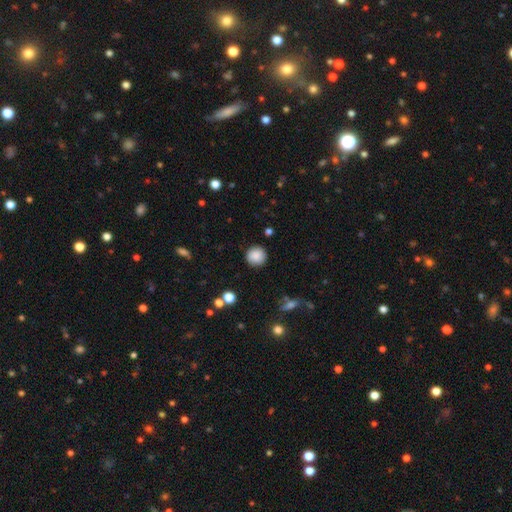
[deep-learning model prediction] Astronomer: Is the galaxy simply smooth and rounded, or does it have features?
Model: smooth — 87%.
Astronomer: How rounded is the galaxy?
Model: round — 94%.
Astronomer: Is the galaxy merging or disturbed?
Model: none — 89%.